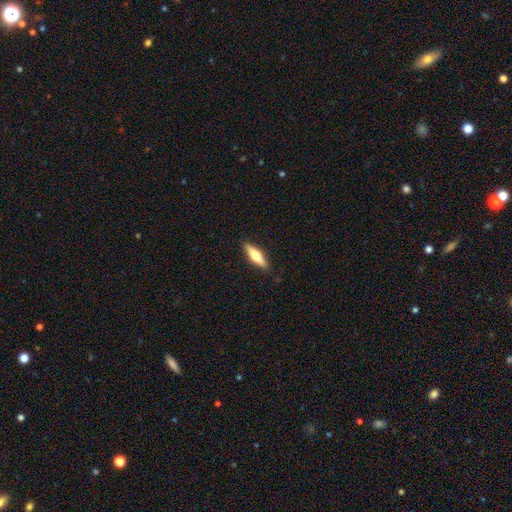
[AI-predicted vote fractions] Smooth or featured? smooth (53%)
How rounded? cigar-shaped (64%)
Merging? none (88%)